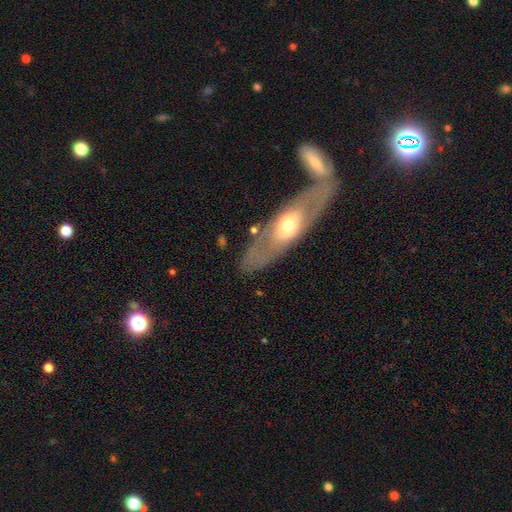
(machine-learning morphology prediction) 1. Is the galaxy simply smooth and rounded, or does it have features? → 60% featured or disk, 34% smooth, 7% star or artifact.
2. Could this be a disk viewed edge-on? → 69% no, 31% yes.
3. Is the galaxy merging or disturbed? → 67% none, 13% minor disturbance, 13% merger, 7% major disturbance.